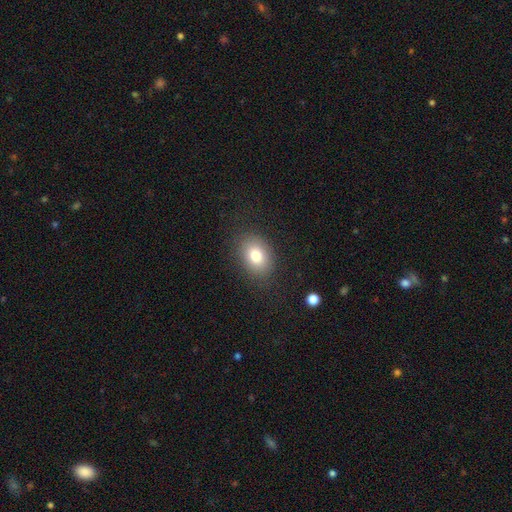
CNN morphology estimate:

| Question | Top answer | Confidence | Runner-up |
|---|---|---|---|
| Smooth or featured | smooth | 78% | featured or disk (11%) |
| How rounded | in between | 70% | round (29%) |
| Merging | none | 86% | minor disturbance (10%) |